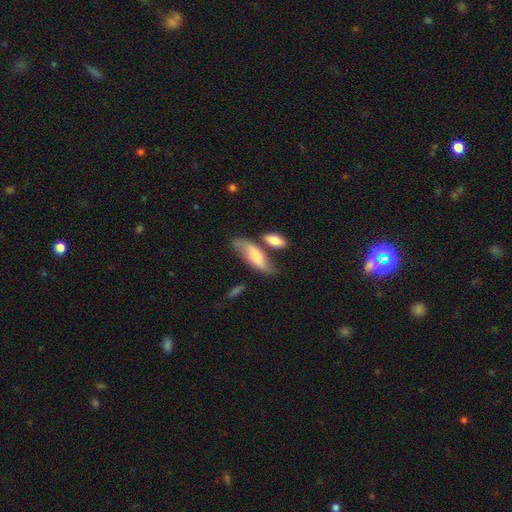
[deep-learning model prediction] This is possibly a smooth galaxy (52%). How rounded: likely in between (67%). Merging: possibly none (47%).